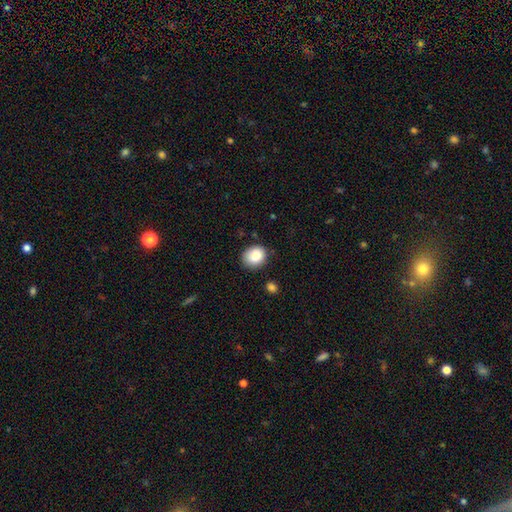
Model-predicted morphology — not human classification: Smooth or featured?
  - smooth: 86% *
  - star or artifact: 9%
  - featured or disk: 6%
How rounded?
  - round: 63% *
  - in between: 36%
  - cigar-shaped: 1%
Merging?
  - none: 76% *
  - minor disturbance: 18%
  - major disturbance: 4%
  - merger: 3%